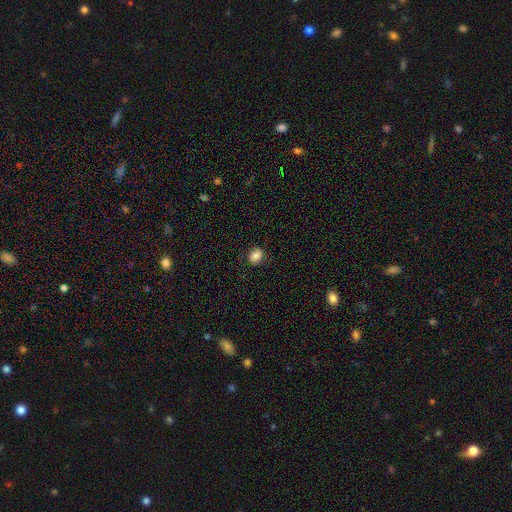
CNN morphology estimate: smooth-or-featured: smooth: 83% | star or artifact: 10% | featured or disk: 7%
  how-rounded: round: 60% | in between: 39% | cigar-shaped: 1%
  merging: none: 82% | minor disturbance: 13% | major disturbance: 4% | merger: 1%